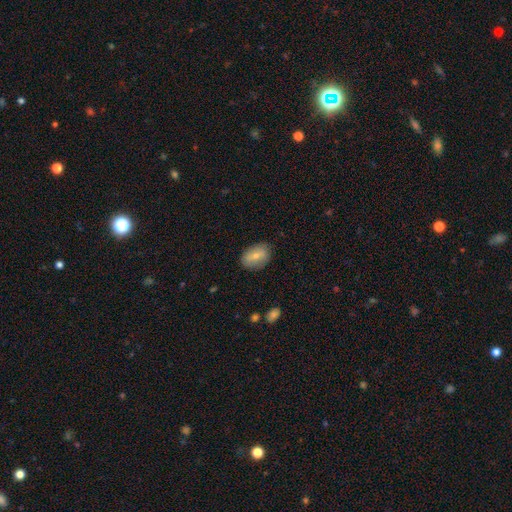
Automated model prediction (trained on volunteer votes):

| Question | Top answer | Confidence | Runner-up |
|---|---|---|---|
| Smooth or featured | smooth | 70% | featured or disk (23%) |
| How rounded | in between | 86% | round (13%) |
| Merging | none | 81% | minor disturbance (14%) |